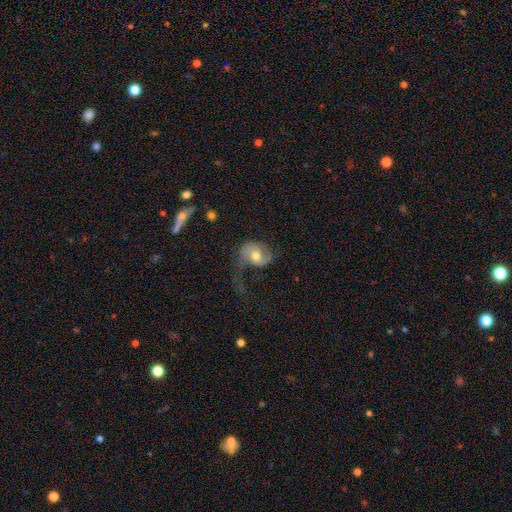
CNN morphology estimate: Smooth or featured: featured or disk — 60% (smooth — 33%)
Edge-on disk: no — 97% (yes — 3%)
Bar: no — 64% (weak — 28%)
Spiral arms: yes — 84% (no — 16%)
Bulge size: moderate — 69% (small — 23%)
Merging: major disturbance — 41% (none — 33%)